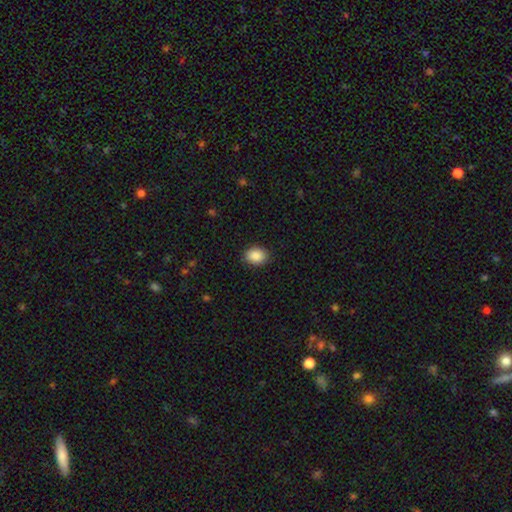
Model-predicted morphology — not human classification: This appears to be a smooth galaxy with no disk features (88%) that is in between round and cigar-shaped (62%). Merging: none (88%).